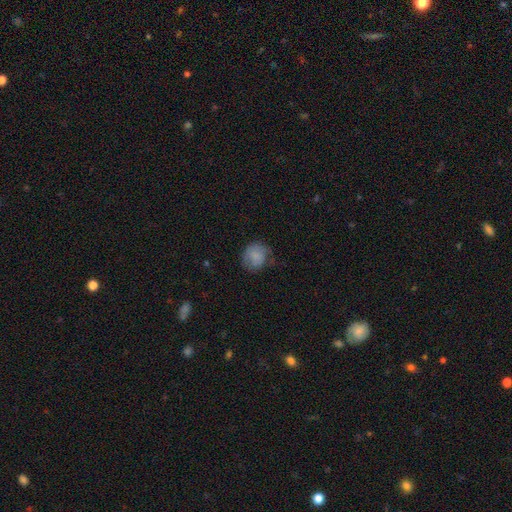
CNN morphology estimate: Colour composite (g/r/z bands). It shows a smooth galaxy with no disk features (78%) that is round (73%). Merging: none (54%).